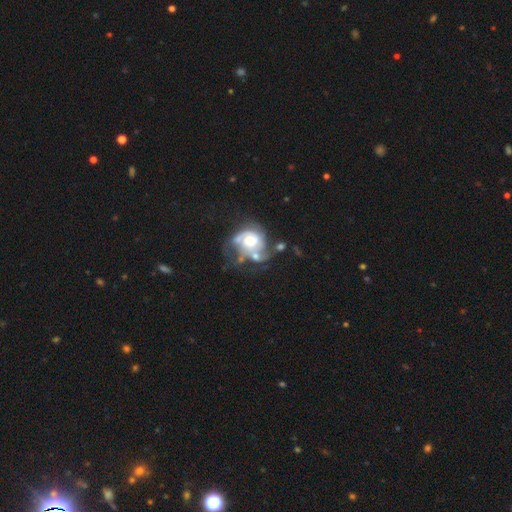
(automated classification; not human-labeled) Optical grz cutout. It shows a featured or disk galaxy (72%) with no bar (75%), 2 (41%) tight (42%) spiral arms (78%) and a moderate central bulge (47%). Merging: major disturbance (31%).